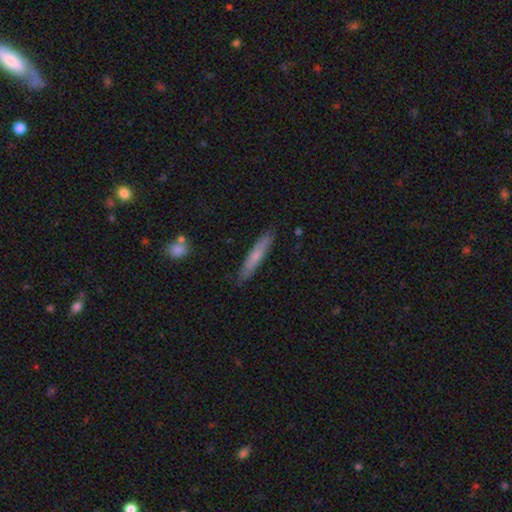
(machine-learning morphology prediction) A smooth galaxy with no disk features (66%) that is cigar-shaped (92%).

Vote fractions:
- Smooth or featured? smooth: 66% / featured or disk: 28% / star or artifact: 6%
- How rounded? cigar-shaped: 92% / in between: 6% / round: 1%
- Merging? none: 86% / minor disturbance: 11% / major disturbance: 2% / merger: 2%